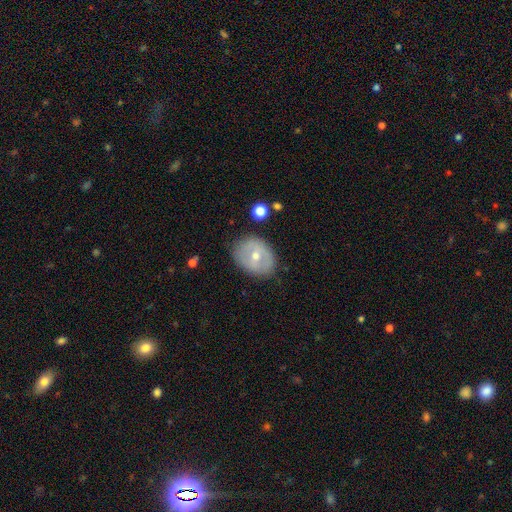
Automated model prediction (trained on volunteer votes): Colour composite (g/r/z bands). It shows a featured or disk galaxy (54%) with a weak bar (41%), no spiral arms (72%) and a moderate central bulge (57%). Merging: none (77%).